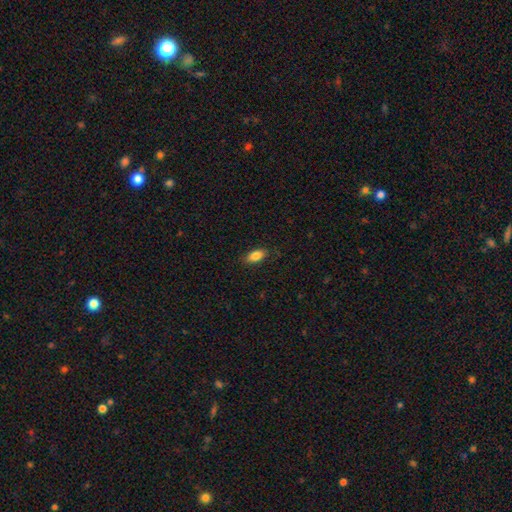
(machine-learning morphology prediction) The model was most divided on "merging": none: 85%, minor disturbance: 12%, major disturbance: 3%, merger: 1%. More confident: how rounded — in between (89%); smooth or featured — smooth (86%).